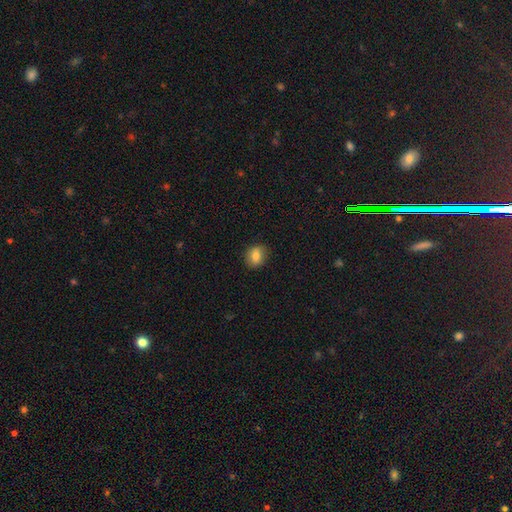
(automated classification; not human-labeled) Overall: smooth (80%). How rounded: round (65%; in between 34%). Merging: none (87%).